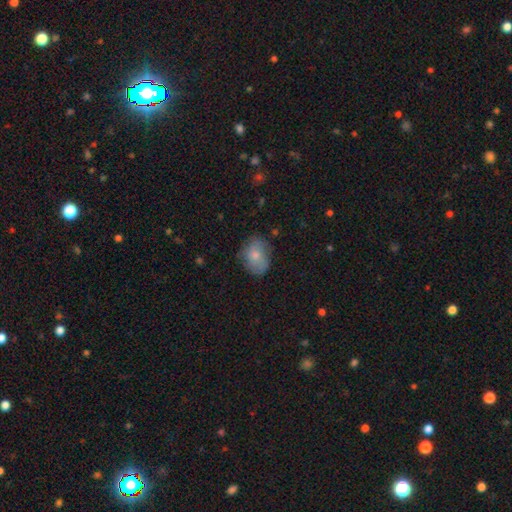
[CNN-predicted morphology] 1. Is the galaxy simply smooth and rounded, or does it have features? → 75% smooth, 17% featured or disk, 8% star or artifact.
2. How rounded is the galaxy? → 66% in between, 33% round, 1% cigar-shaped.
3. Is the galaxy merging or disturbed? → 67% none, 25% minor disturbance, 6% major disturbance, 1% merger.